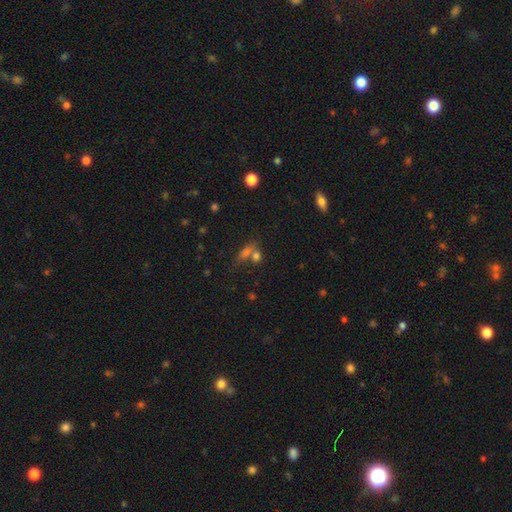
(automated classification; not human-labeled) This is marginally a star or artifact rather than a galaxy (42%).